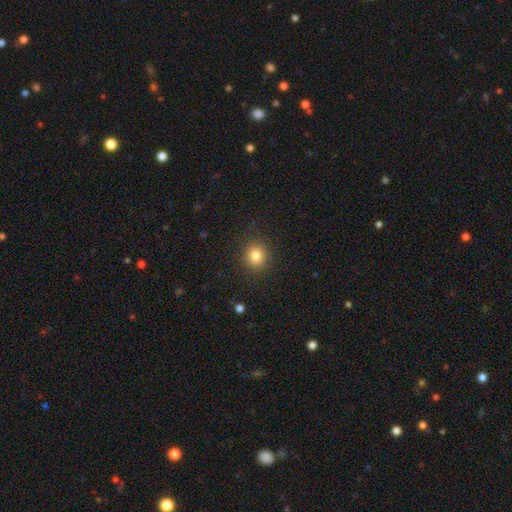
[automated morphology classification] This is clearly a smooth galaxy (83%). How rounded: clearly round (87%). Merging: clearly none (90%).